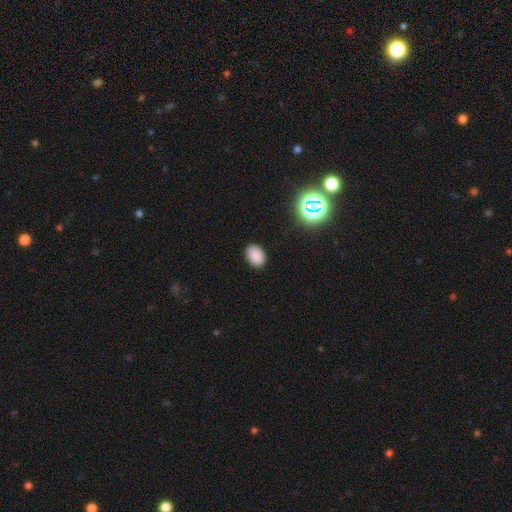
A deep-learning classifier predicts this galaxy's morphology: The model was most divided on "how rounded": in between: 82%, round: 17%, cigar-shaped: 1%. More confident: merging — none (88%); smooth or featured — smooth (85%).